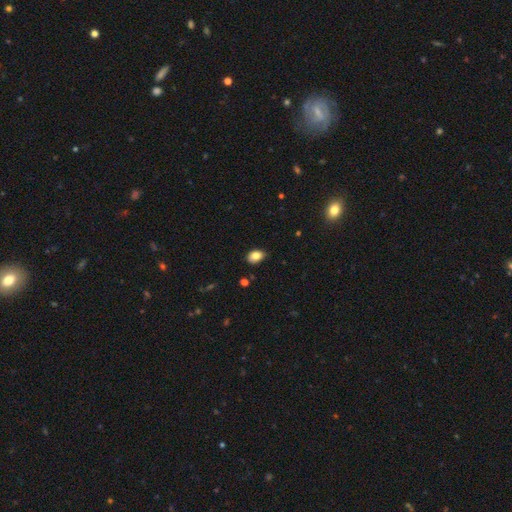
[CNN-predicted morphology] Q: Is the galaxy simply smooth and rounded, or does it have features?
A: smooth — 82%.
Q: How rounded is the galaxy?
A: in between — 83%.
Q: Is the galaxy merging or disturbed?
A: none — 76%.